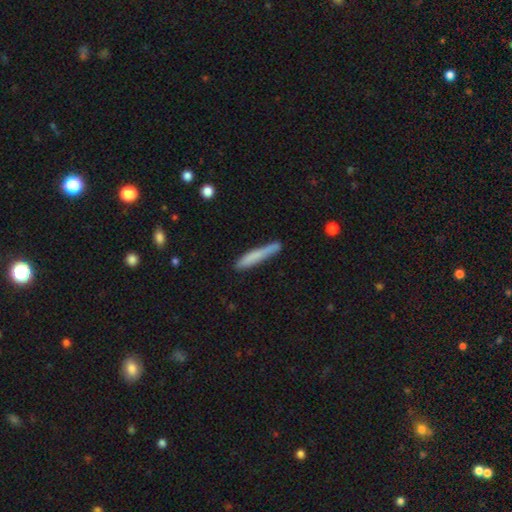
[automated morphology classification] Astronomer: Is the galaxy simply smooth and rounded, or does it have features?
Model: smooth — 73%.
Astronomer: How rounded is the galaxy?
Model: cigar-shaped — 95%.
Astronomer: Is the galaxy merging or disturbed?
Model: none — 75%.